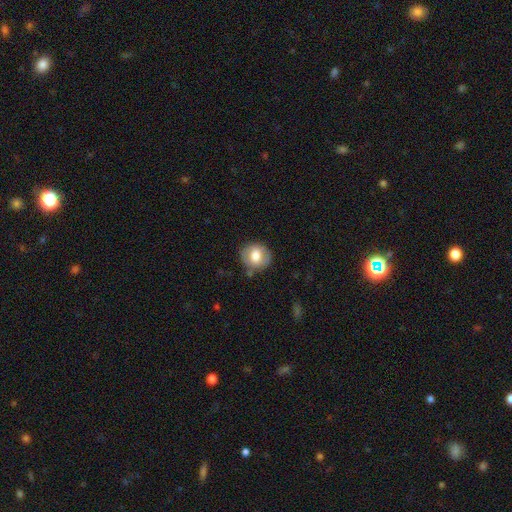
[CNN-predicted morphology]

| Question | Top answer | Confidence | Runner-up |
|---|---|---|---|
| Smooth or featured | smooth | 64% | featured or disk (29%) |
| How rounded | round | 76% | in between (23%) |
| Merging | none | 75% | minor disturbance (18%) |